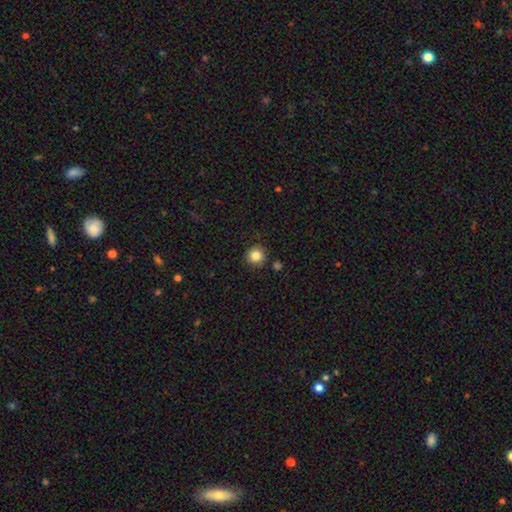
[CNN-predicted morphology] This appears to be a smooth galaxy with no disk features (85%) that is round (94%). Merging: none (88%).